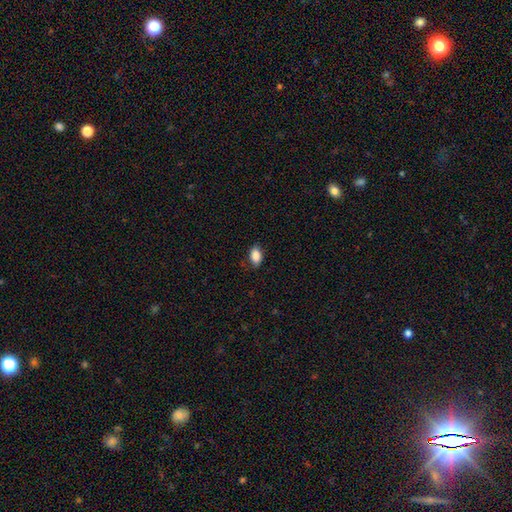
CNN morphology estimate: Smooth or featured: smooth — 88% (star or artifact — 7%)
How rounded: in between — 90% (round — 8%)
Merging: none — 82% (minor disturbance — 14%)